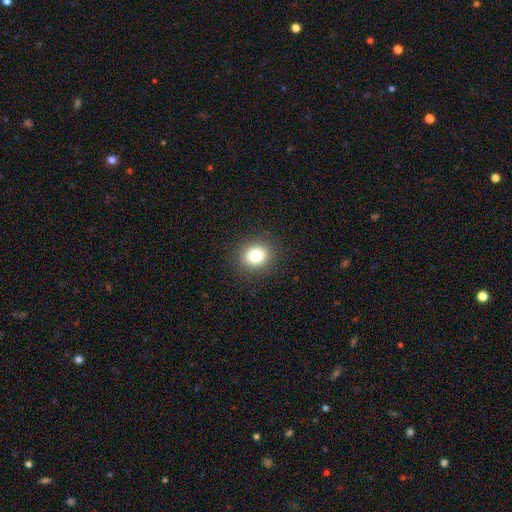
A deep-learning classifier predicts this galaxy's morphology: This is clearly a smooth galaxy (82%). How rounded: likely round (67%). Merging: clearly none (90%).